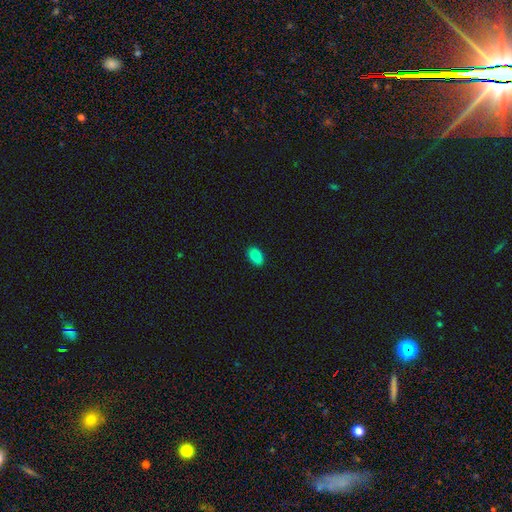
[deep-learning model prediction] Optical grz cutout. It shows a smooth galaxy with no disk features (84%) that is in between round and cigar-shaped (91%). Merging: none (89%).